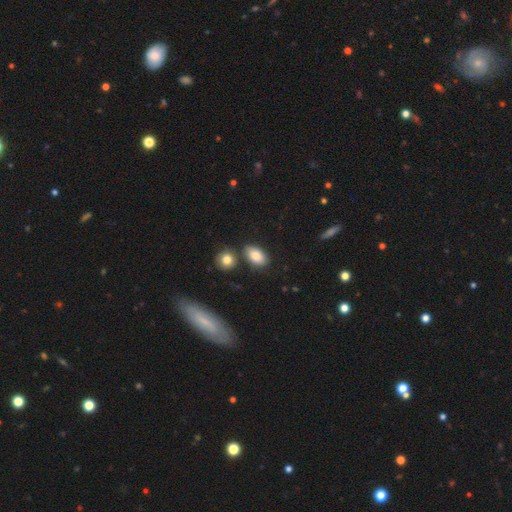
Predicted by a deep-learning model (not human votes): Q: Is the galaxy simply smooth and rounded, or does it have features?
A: smooth — 82%.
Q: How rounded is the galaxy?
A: in between — 90%.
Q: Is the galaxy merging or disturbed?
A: none — 74%.